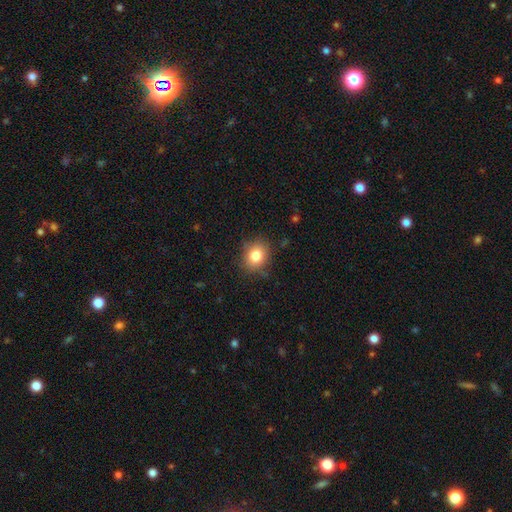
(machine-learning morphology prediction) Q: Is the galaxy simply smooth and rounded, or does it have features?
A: smooth — 83%.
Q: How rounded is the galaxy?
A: round — 60%.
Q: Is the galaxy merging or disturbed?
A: none — 83%.